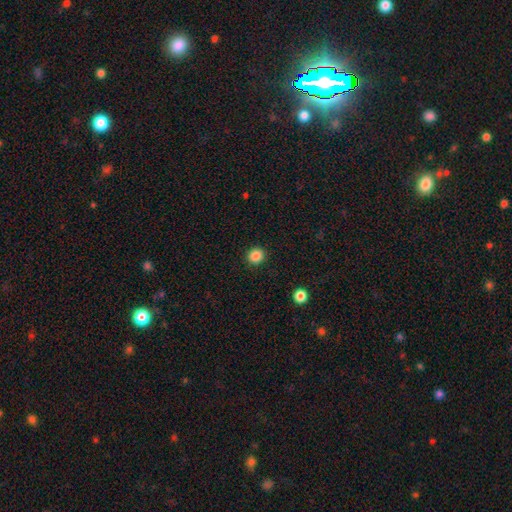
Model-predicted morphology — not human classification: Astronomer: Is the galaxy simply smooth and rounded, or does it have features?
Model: smooth — 86%.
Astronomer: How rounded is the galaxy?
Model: round — 87%.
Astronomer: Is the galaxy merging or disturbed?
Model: none — 92%.